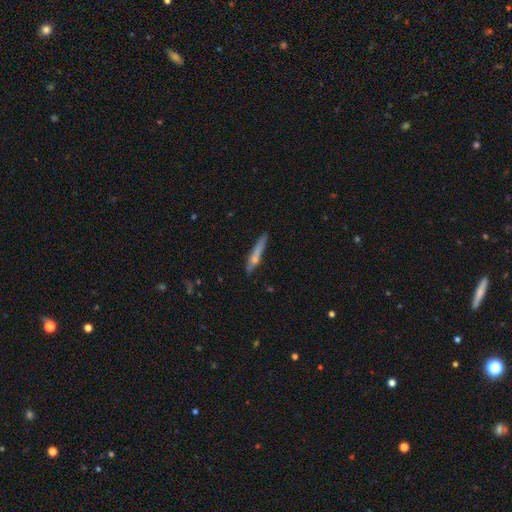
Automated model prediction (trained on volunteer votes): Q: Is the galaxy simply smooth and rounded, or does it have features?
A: smooth — 56%.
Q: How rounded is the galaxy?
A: cigar-shaped — 92%.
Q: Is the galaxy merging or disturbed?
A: none — 72%.